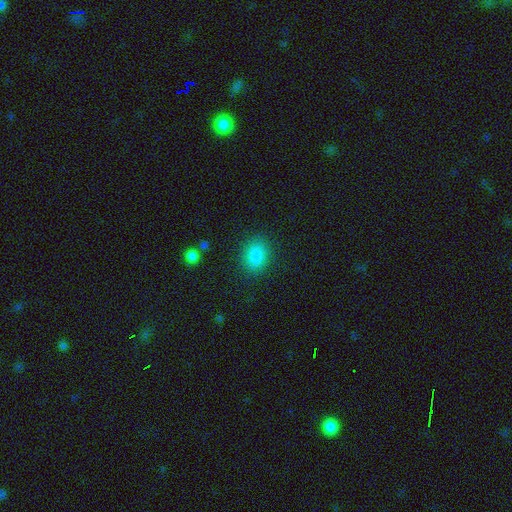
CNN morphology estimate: Smooth or featured? smooth (86%)
How rounded? in between (63%)
Merging? none (87%)